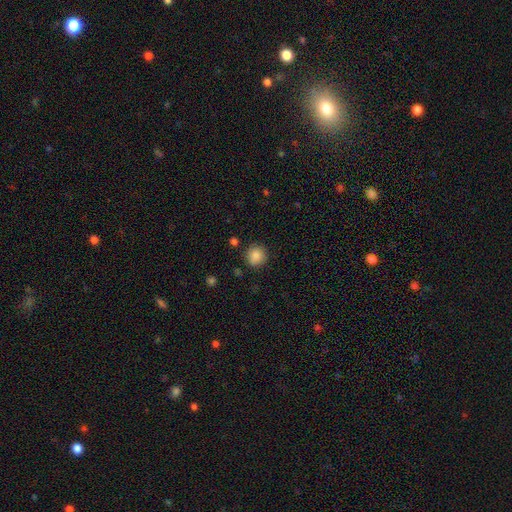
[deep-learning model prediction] A smooth galaxy with no disk features (87%) that is round (91%).

Vote fractions:
- Smooth or featured? smooth: 87% / star or artifact: 9% / featured or disk: 4%
- How rounded? round: 91% / in between: 8% / cigar-shaped: 1%
- Merging? none: 87% / minor disturbance: 8% / major disturbance: 2% / merger: 2%